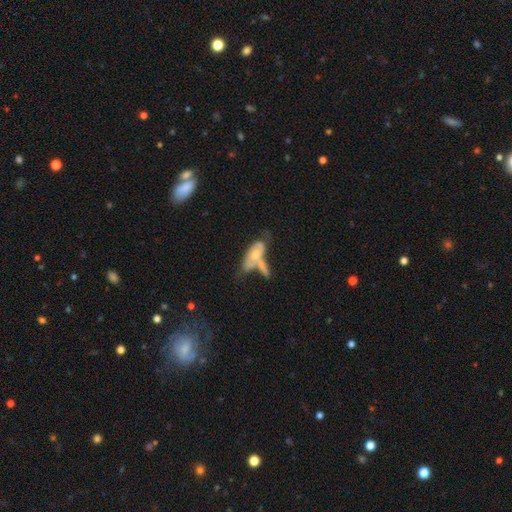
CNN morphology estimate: Smooth or featured?
  - smooth: 50% *
  - featured or disk: 43%
  - star or artifact: 7%
Merging?
  - merger: 49% *
  - none: 20%
  - major disturbance: 16%
  - minor disturbance: 15%